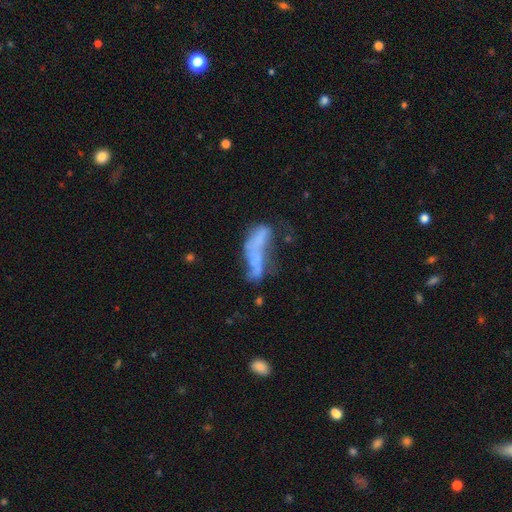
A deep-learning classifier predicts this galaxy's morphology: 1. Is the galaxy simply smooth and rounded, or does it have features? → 43% featured or disk (tied), 43% smooth (tied), 14% star or artifact.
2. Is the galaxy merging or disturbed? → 36% major disturbance, 24% merger, 22% none, 17% minor disturbance.